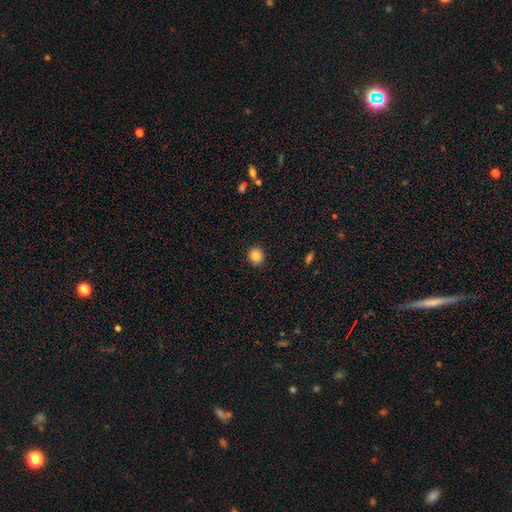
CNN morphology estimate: smooth 84%, star or artifact 9%, featured or disk 6%. Down the decision tree: how rounded — round (85%); merging — none (91%).